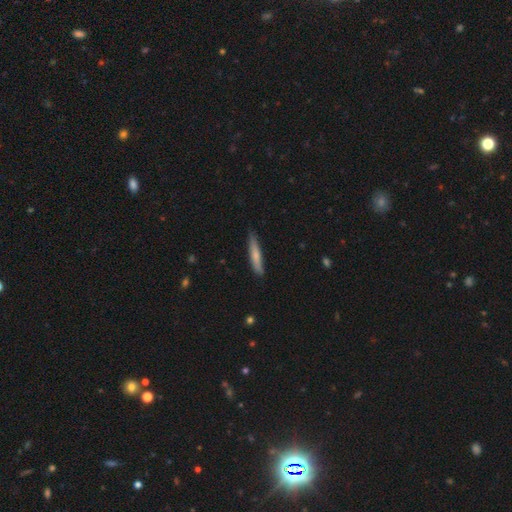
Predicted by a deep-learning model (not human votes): A smooth galaxy with no disk features (69%) that is cigar-shaped (91%).

Vote fractions:
- Smooth or featured? smooth: 69% / featured or disk: 26% / star or artifact: 6%
- How rounded? cigar-shaped: 91% / in between: 7% / round: 1%
- Merging? none: 81% / minor disturbance: 15% / major disturbance: 2% / merger: 1%